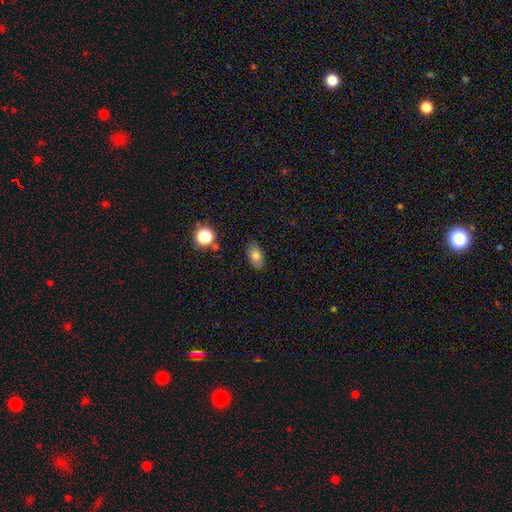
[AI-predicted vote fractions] The model was most divided on "smooth or featured": smooth: 79%, featured or disk: 11%, star or artifact: 11%. More confident: how rounded — in between (88%); merging — none (86%).